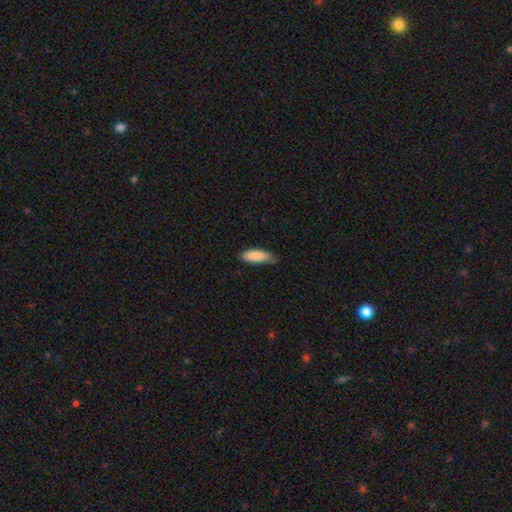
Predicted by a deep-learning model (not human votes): Morphology: type=smooth (88%); roundness=in between (62%); merging=none (59%).